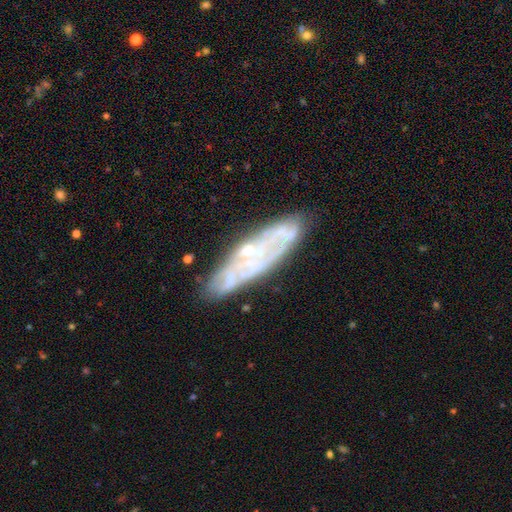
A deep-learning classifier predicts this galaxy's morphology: type=featured or disk (68%); edge-on=no (70%); merging=none (77%).